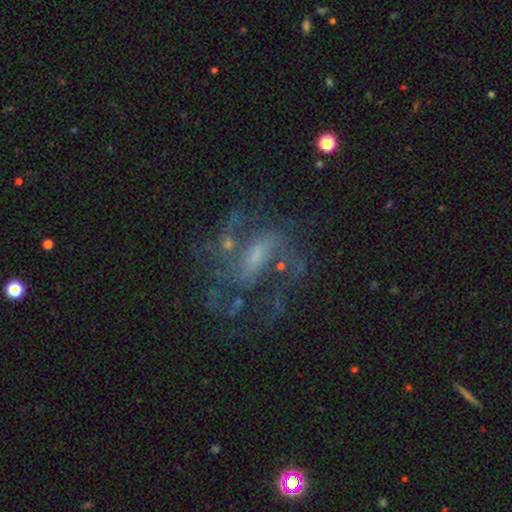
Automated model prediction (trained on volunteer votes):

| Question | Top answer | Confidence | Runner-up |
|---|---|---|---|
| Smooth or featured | featured or disk | 79% | star or artifact (12%) |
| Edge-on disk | no | 95% | yes (5%) |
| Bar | weak | 47% | no (27%) |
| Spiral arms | yes | 87% | no (13%) |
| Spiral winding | medium | 49% | loose (28%) |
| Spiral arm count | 2 | 40% | can't tell (27%) |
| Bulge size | small | 42% | moderate (31%) |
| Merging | none | 55% | major disturbance (25%) |